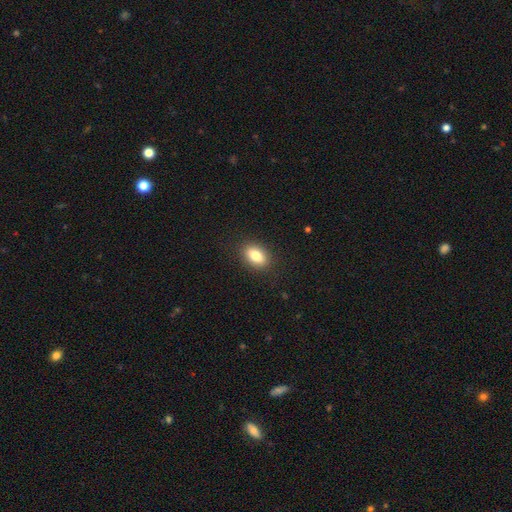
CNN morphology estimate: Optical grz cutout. It shows a smooth galaxy with no disk features (83%) that is in between round and cigar-shaped (84%). Merging: none (88%).